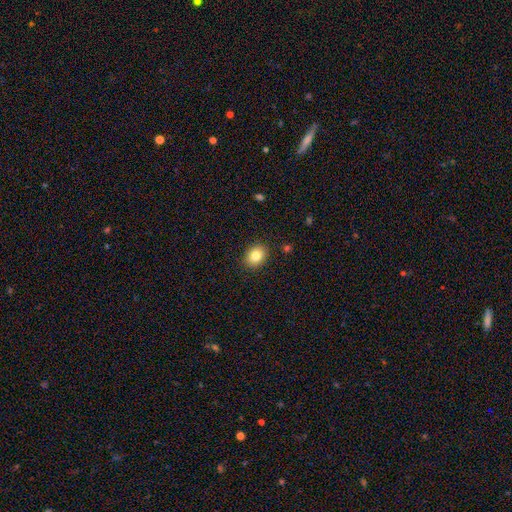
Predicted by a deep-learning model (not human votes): Smooth or featured?
  - smooth: 83% *
  - star or artifact: 10%
  - featured or disk: 7%
How rounded?
  - in between: 51% *
  - round: 49%
  - cigar-shaped: 1%
Merging?
  - none: 89% *
  - minor disturbance: 8%
  - major disturbance: 2%
  - merger: 1%